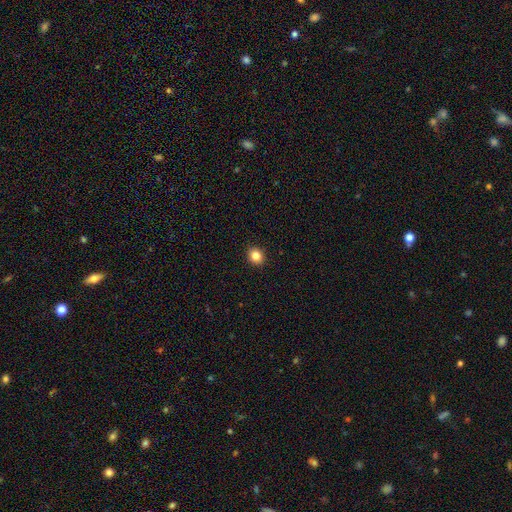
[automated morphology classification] The model was most divided on "how rounded": round: 72%, in between: 27%, cigar-shaped: 1%. More confident: merging — none (92%); smooth or featured — smooth (84%).